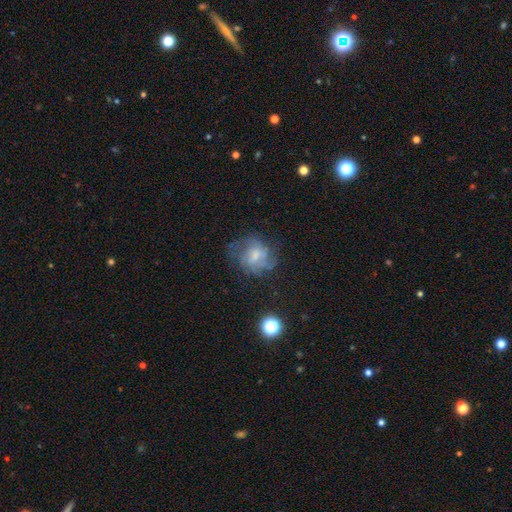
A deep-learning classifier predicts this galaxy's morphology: type=featured or disk (53%); edge-on=no (97%); bar=no (46%); spiral arms=yes (67%); bulge=moderate (36%); merging=none (51%).